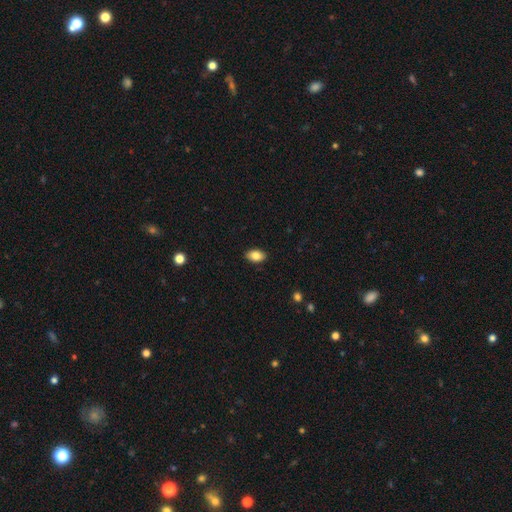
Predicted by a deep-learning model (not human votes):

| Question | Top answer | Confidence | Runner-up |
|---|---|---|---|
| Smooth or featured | smooth | 85% | star or artifact (8%) |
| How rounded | in between | 90% | round (9%) |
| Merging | none | 89% | minor disturbance (8%) |